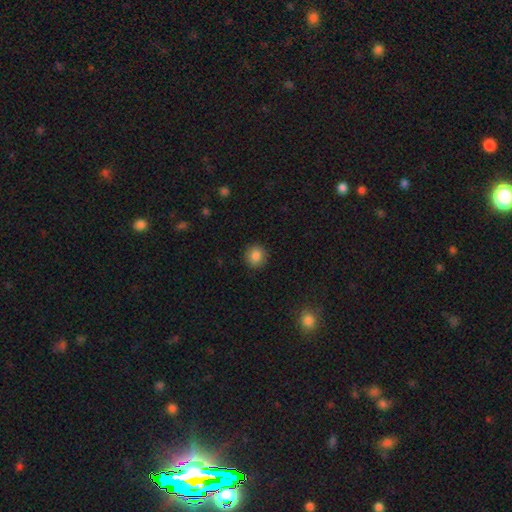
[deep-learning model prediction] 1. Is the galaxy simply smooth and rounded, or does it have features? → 85% smooth, 10% star or artifact, 5% featured or disk.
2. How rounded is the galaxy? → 90% round, 9% in between, 1% cigar-shaped.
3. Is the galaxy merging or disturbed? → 91% none, 6% minor disturbance, 2% major disturbance, 1% merger.